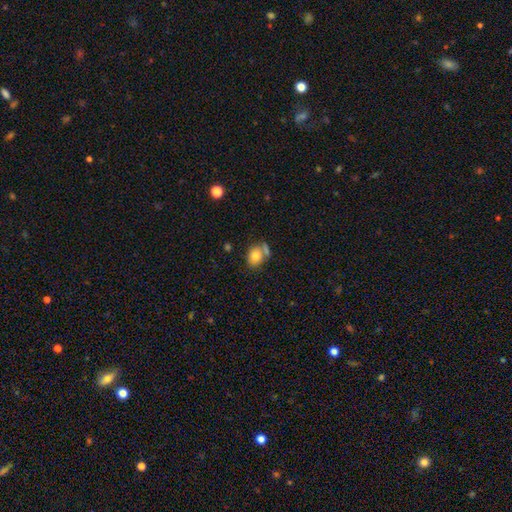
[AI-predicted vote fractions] Smooth or featured?
  - smooth: 77% *
  - featured or disk: 13%
  - star or artifact: 9%
How rounded?
  - in between: 53% *
  - round: 46%
  - cigar-shaped: 1%
Merging?
  - none: 53% *
  - merger: 26%
  - minor disturbance: 16%
  - major disturbance: 6%